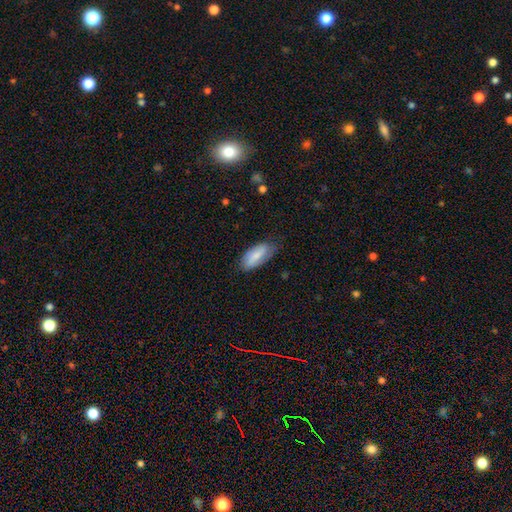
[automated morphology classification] A smooth galaxy with no disk features (75%) that is in between round and cigar-shaped (87%). Merging: none (71%).